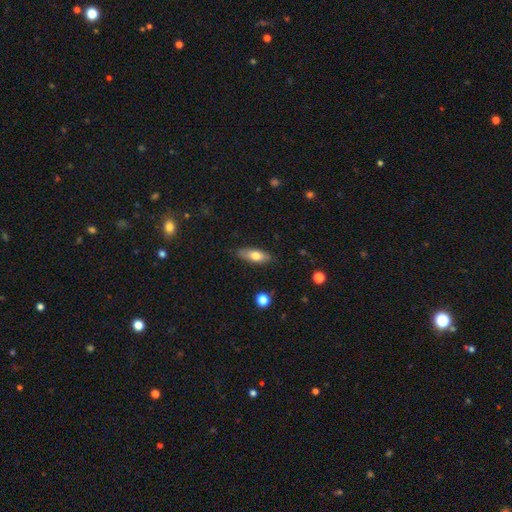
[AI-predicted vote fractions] smooth-or-featured: smooth: 70% | featured or disk: 23% | star or artifact: 7%
  how-rounded: in between: 69% | cigar-shaped: 28% | round: 3%
  merging: none: 83% | minor disturbance: 13% | major disturbance: 2% | merger: 1%